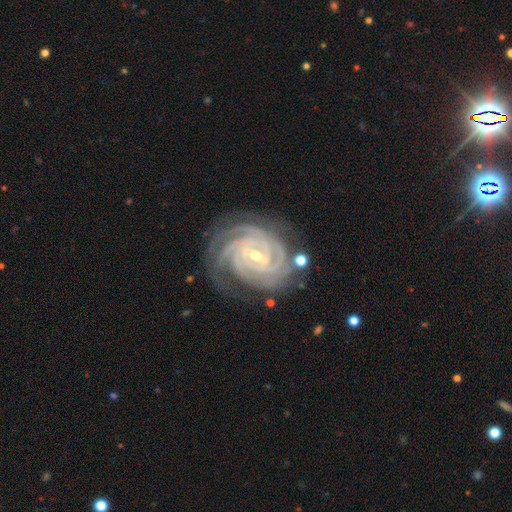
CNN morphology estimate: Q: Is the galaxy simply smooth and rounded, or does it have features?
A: featured or disk — 93%.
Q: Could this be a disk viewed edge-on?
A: no — 98%.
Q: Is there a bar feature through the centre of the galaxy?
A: weak — 44%, tied with strong.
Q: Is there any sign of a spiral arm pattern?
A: yes — 99%.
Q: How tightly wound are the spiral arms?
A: tight — 84%.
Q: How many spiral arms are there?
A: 4 — 44%.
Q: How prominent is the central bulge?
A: small — 63%.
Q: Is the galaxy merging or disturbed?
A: none — 76%.